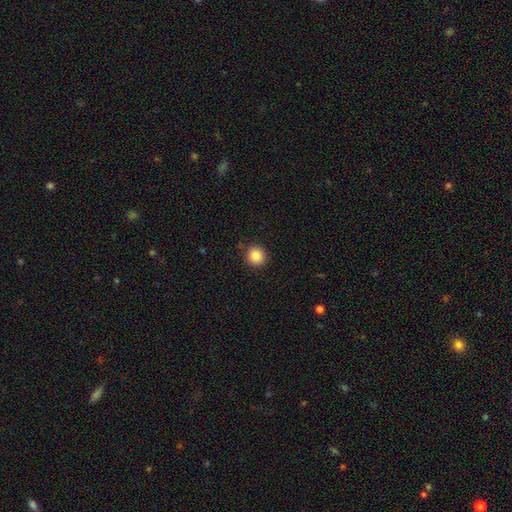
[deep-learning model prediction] Q: Smooth or featured?
A: smooth (86%); runner-up: star or artifact (10%)
Q: How rounded?
A: round (93%); runner-up: in between (6%)
Q: Merging?
A: none (90%); runner-up: minor disturbance (7%)